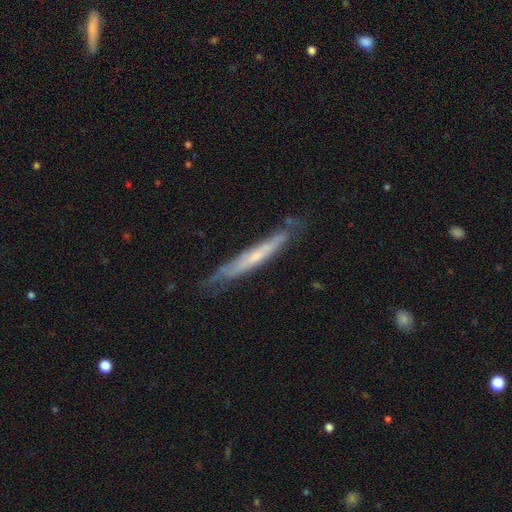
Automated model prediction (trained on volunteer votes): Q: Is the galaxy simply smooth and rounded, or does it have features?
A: featured or disk — 59%.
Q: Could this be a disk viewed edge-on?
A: yes — 81%.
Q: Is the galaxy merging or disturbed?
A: none — 68%.